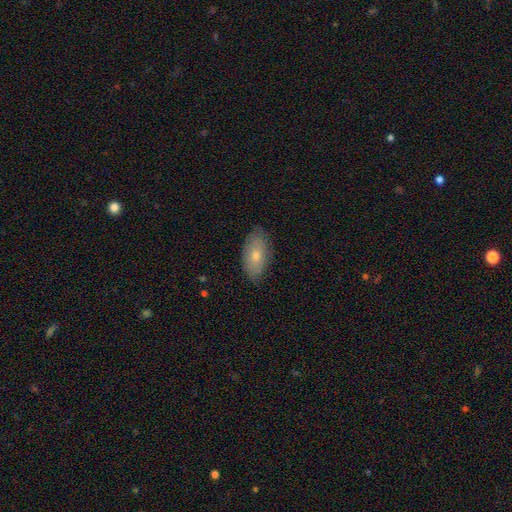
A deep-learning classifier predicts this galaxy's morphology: Q: Smooth or featured?
A: smooth (67%); runner-up: featured or disk (25%)
Q: How rounded?
A: in between (92%); runner-up: round (4%)
Q: Merging?
A: none (84%); runner-up: minor disturbance (13%)